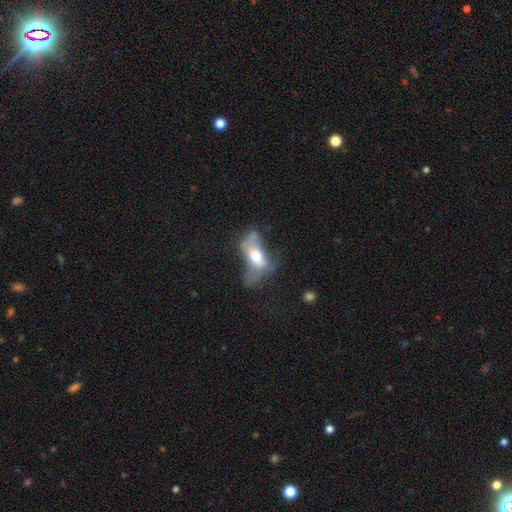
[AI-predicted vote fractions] smooth-or-featured: smooth: 50% | featured or disk: 40% | star or artifact: 9%
  how-rounded: in between: 80% | cigar-shaped: 13% | round: 7%
  merging: major disturbance: 44% | none: 22% | minor disturbance: 22% | merger: 12%